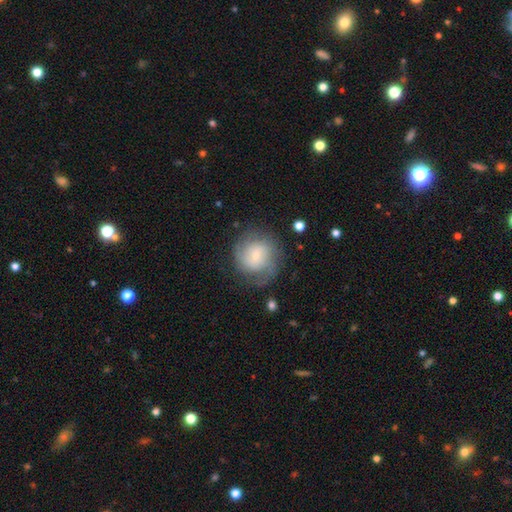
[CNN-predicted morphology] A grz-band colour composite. It shows a featured or disk galaxy (48%). Merging: none (67%).